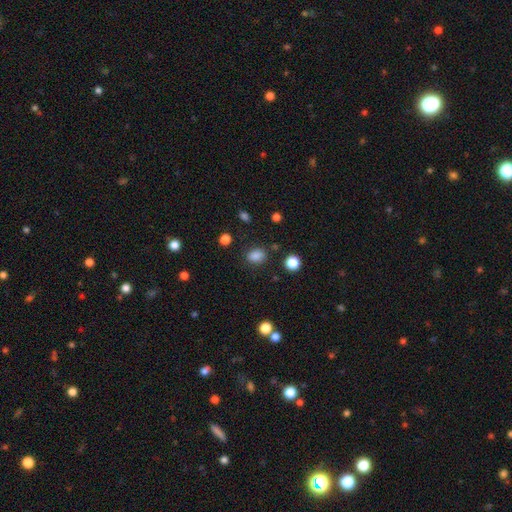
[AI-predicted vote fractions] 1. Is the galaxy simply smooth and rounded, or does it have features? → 84% smooth, 12% star or artifact, 4% featured or disk.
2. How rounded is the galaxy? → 66% in between, 33% round, 1% cigar-shaped.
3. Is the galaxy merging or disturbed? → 80% none, 12% minor disturbance, 4% major disturbance, 3% merger.